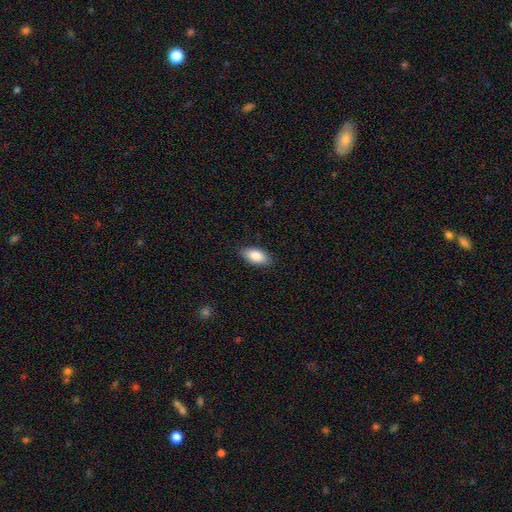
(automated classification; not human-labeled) Morphology: type=smooth (86%); roundness=in between (91%); merging=none (85%).